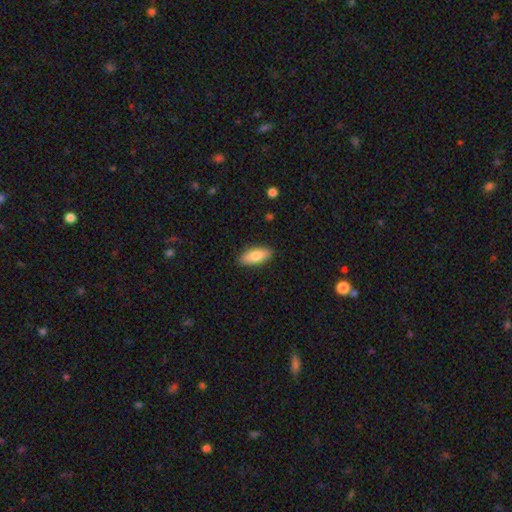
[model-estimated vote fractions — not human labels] This is clearly a smooth galaxy (82%). How rounded: clearly in between (82%). Merging: clearly none (88%).